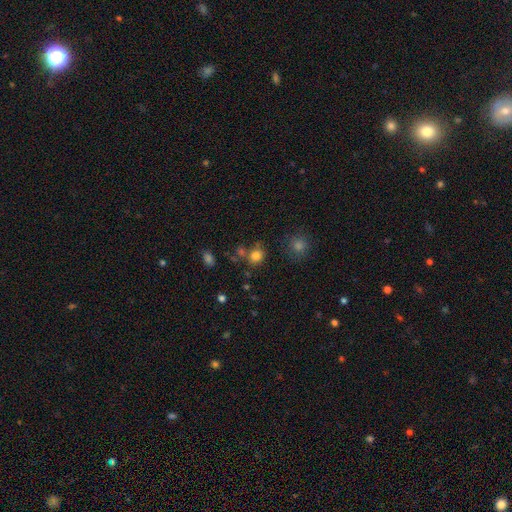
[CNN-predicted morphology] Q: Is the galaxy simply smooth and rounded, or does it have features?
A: smooth — 80%.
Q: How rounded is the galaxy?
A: round — 76%.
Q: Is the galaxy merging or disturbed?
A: none — 66%.